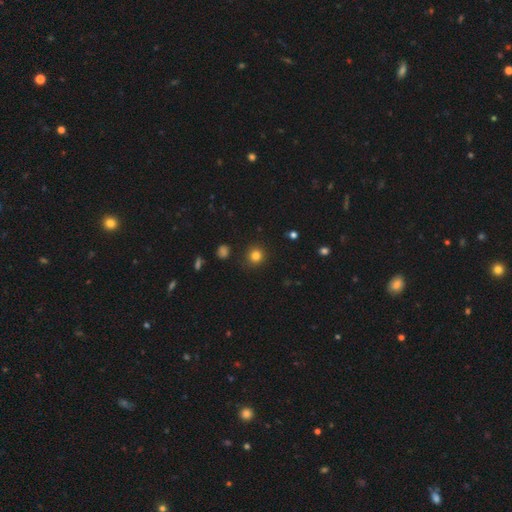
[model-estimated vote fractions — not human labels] Smooth or featured? Predicted: smooth (p=0.82). How rounded? Predicted: round (p=0.92). Merging? Predicted: none (p=0.88).